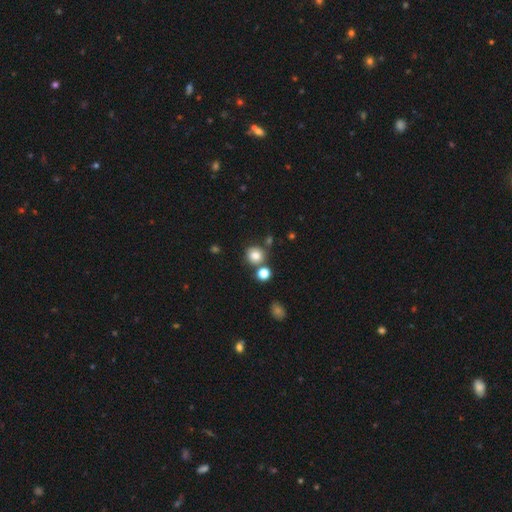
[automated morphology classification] type=smooth (80%); roundness=round (87%); merging=none (74%).